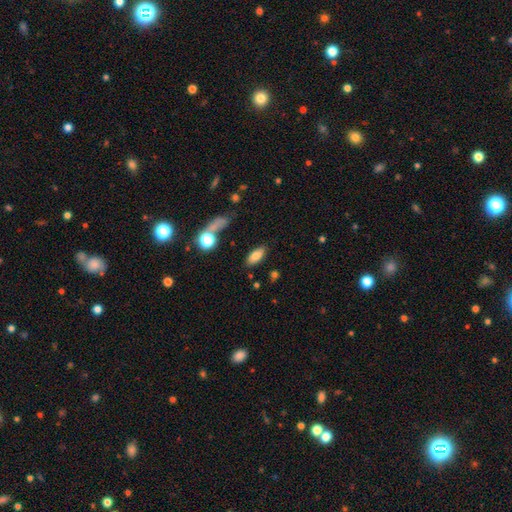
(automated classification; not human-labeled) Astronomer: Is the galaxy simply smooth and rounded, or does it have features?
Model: smooth — 79%.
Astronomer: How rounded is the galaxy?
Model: in between — 84%.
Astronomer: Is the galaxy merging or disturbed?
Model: none — 81%.